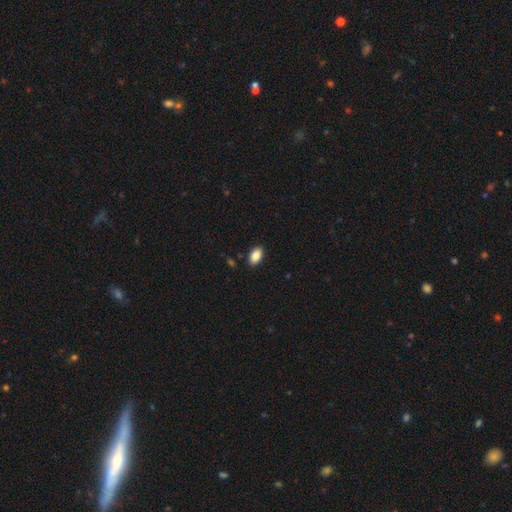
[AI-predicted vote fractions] A smooth galaxy with no disk features (87%) that is in between round and cigar-shaped (92%).

Vote fractions:
- Smooth or featured? smooth: 87% / star or artifact: 8% / featured or disk: 5%
- How rounded? in between: 92% / round: 6% / cigar-shaped: 2%
- Merging? none: 89% / minor disturbance: 8% / major disturbance: 2% / merger: 1%